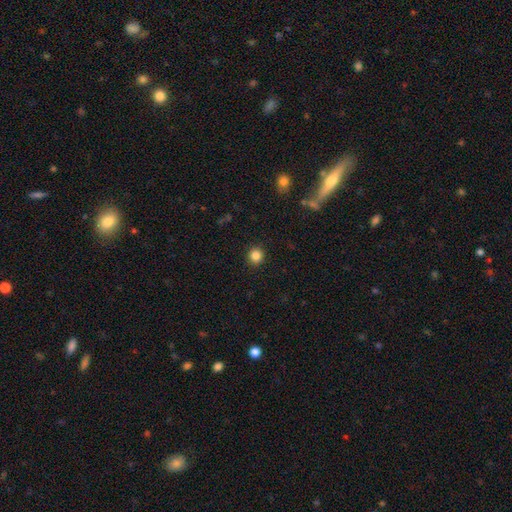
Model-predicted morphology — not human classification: Smooth or featured?
  - smooth: 85% *
  - star or artifact: 11%
  - featured or disk: 4%
How rounded?
  - round: 91% *
  - in between: 8%
  - cigar-shaped: 1%
Merging?
  - none: 92% *
  - minor disturbance: 5%
  - major disturbance: 2%
  - merger: 1%